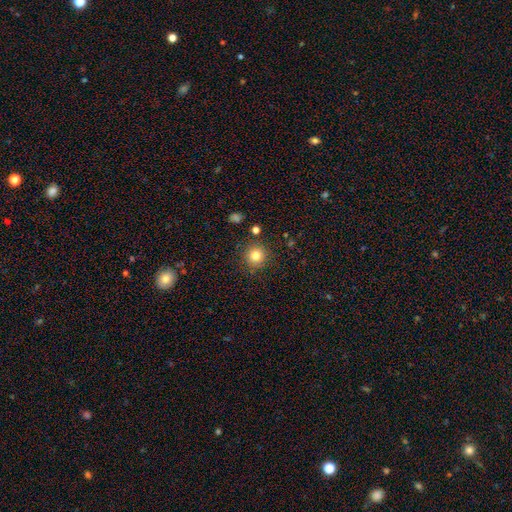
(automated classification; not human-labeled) Smooth or featured: smooth — 80% (star or artifact — 13%)
How rounded: round — 93% (in between — 6%)
Merging: none — 87% (minor disturbance — 8%)